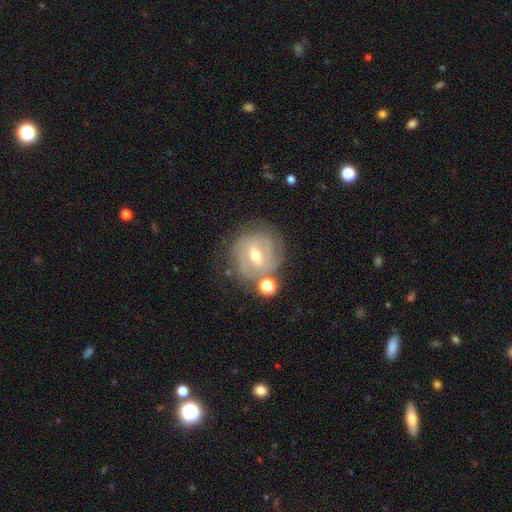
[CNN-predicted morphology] type=featured or disk (82%); edge-on=no (96%); bar=weak (50%); spiral arms=yes (91%); winding=tight (64%); arm count=can't tell (29%); bulge=moderate (63%); merging=none (68%).